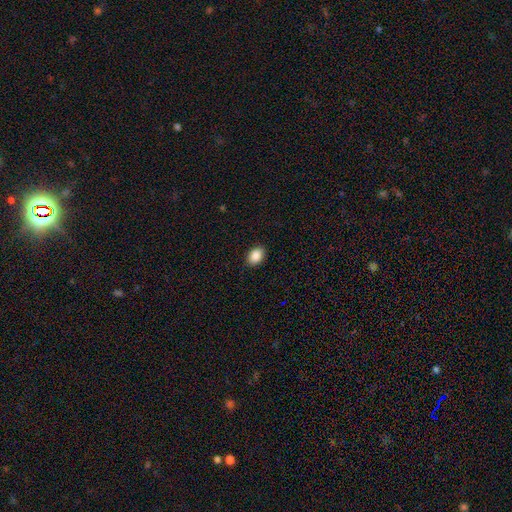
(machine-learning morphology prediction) This appears to be a smooth galaxy with no disk features (88%) that is in between round and cigar-shaped (80%). Merging: none (89%).